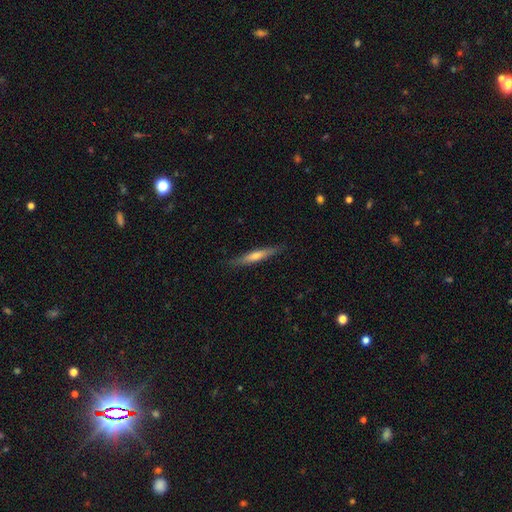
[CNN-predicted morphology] This is possibly a featured or disk galaxy (52%). It is clearly viewed edge-on (94%). Merging: clearly none (88%).